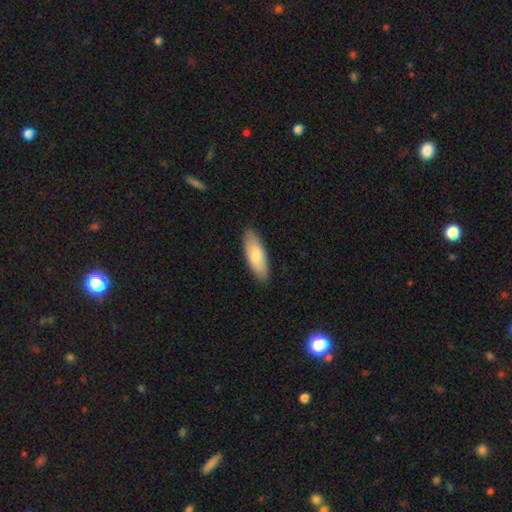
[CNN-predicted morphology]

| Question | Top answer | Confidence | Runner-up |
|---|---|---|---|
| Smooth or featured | smooth | 81% | featured or disk (14%) |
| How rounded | in between | 67% | cigar-shaped (32%) |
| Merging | none | 86% | minor disturbance (11%) |